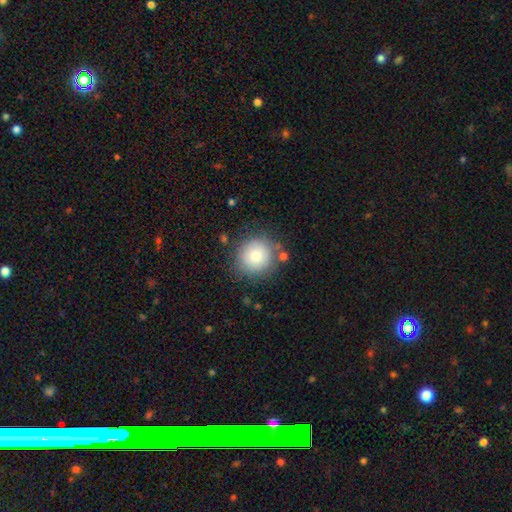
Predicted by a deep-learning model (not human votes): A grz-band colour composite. It shows a smooth galaxy with no disk features (81%) that is round (92%). Merging: none (79%).